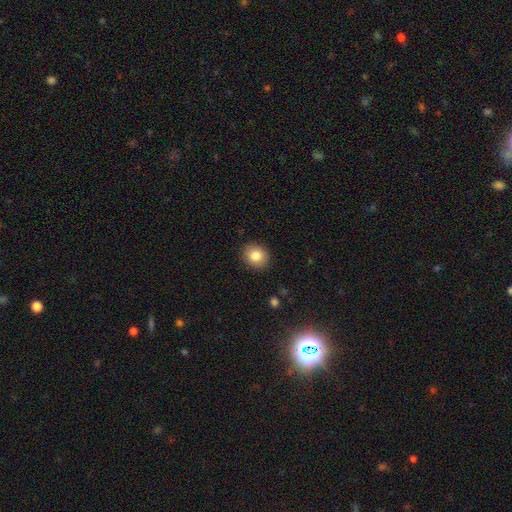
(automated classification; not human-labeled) The model was most divided on "how rounded": round: 76%, in between: 23%, cigar-shaped: 1%. More confident: merging — none (90%); smooth or featured — smooth (83%).